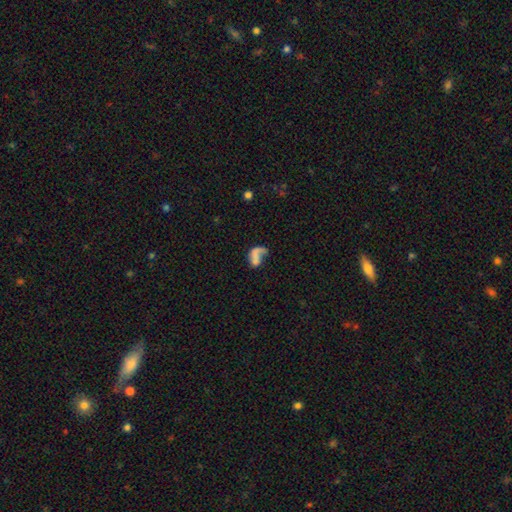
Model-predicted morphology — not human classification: This appears to be a smooth galaxy with no disk features (49%). Merging: major disturbance (39%).